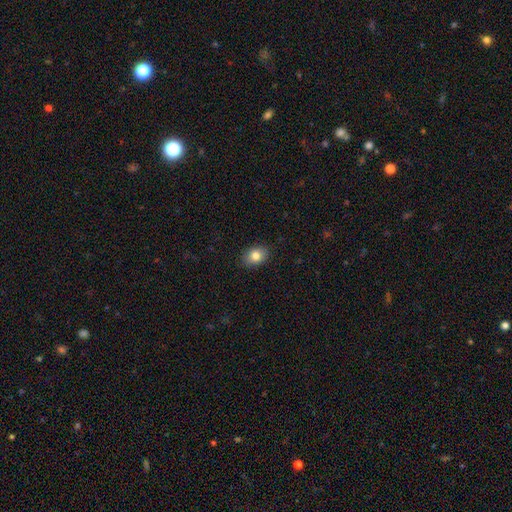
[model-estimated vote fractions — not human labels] A smooth galaxy with no disk features (81%) that is in between round and cigar-shaped (71%). Merging: none (88%).